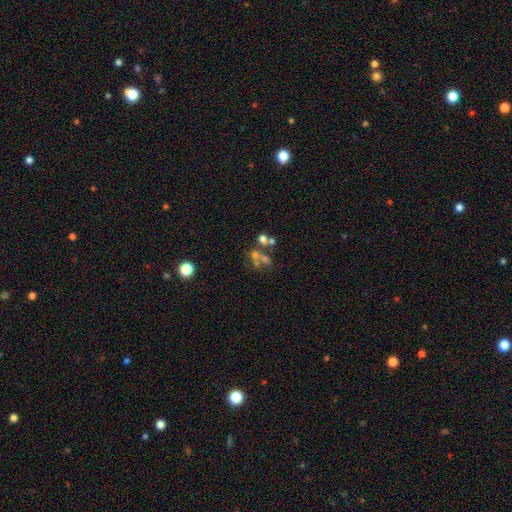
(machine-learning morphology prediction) Overall: smooth (38%; featured or disk 33%). Merging: merger (44%; none 35%).